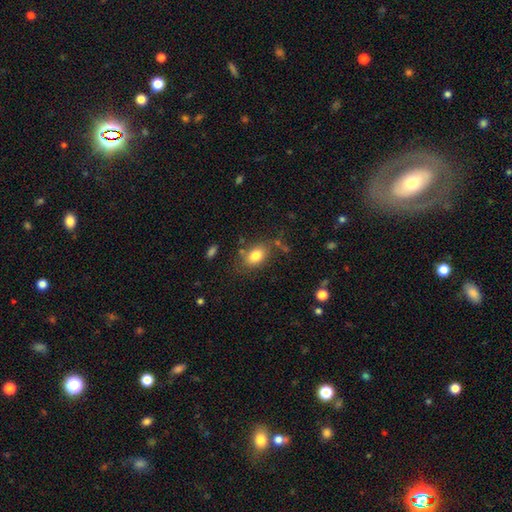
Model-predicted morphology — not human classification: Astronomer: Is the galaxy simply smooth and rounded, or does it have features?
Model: smooth — 80%.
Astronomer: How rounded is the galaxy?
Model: in between — 77%.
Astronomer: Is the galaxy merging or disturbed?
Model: none — 73%.